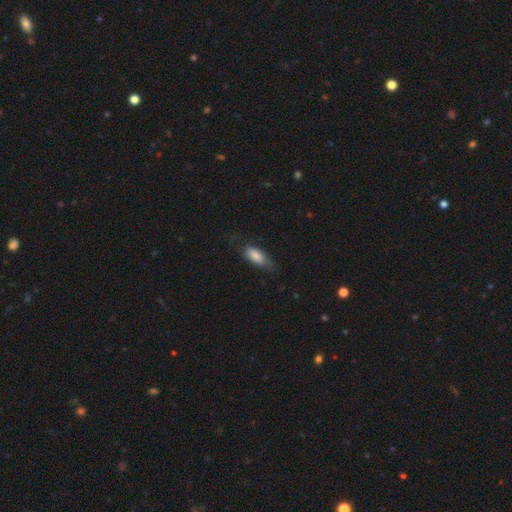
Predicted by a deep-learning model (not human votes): This is likely a smooth galaxy (78%). How rounded: likely in between (80%). Merging: possibly none (59%).